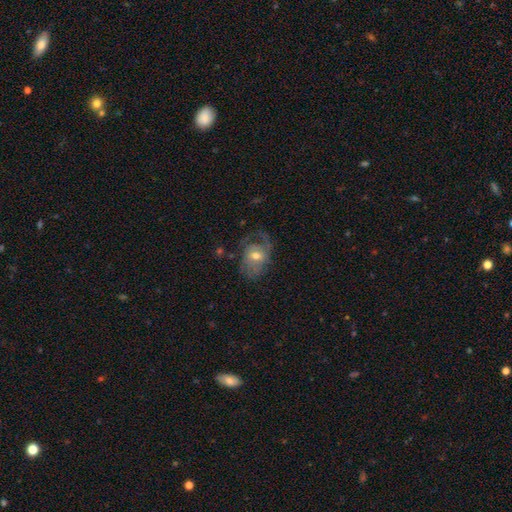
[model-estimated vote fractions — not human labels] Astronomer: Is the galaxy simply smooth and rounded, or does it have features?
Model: featured or disk — 66%.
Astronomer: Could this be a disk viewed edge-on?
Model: no — 96%.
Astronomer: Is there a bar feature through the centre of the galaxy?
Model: no — 56% (runner-up: weak, 36%).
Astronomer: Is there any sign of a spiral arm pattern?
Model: yes — 81%.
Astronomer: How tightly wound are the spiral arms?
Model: medium — 40% (runner-up: loose, 33%).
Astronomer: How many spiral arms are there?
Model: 1 — 36% (runner-up: 2, 35%).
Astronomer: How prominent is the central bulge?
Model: moderate — 66%.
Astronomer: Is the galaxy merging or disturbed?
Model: none — 45% (runner-up: major disturbance, 31%).